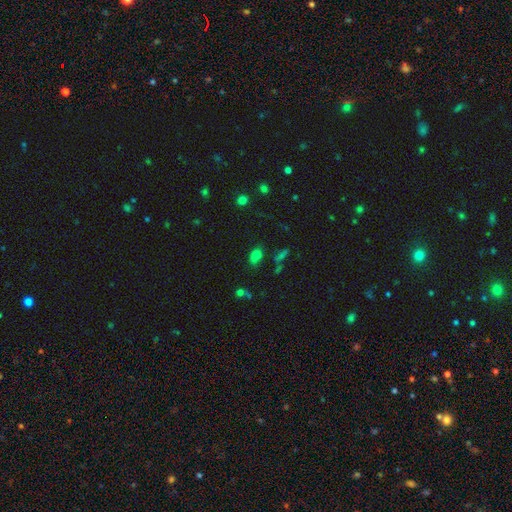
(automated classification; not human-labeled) Smooth or featured? Predicted: smooth (p=0.70). How rounded? Predicted: in between (p=0.83). Merging? Predicted: none (p=0.63).